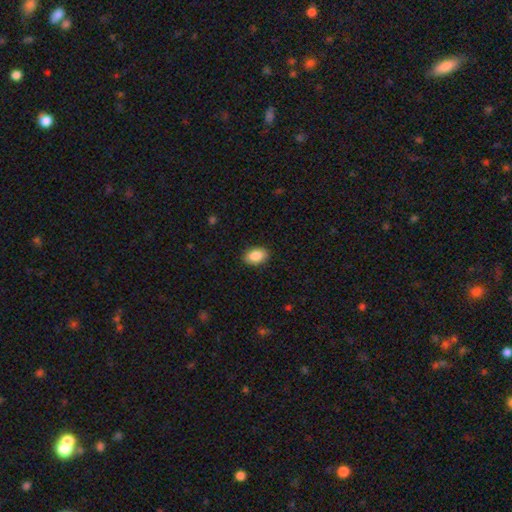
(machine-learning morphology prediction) smooth_or_featured: smooth (p=0.89) [alt: star or artifact p=0.07]
how_rounded: in between (p=0.89) [alt: round p=0.10]
merging: none (p=0.89) [alt: minor disturbance p=0.08]